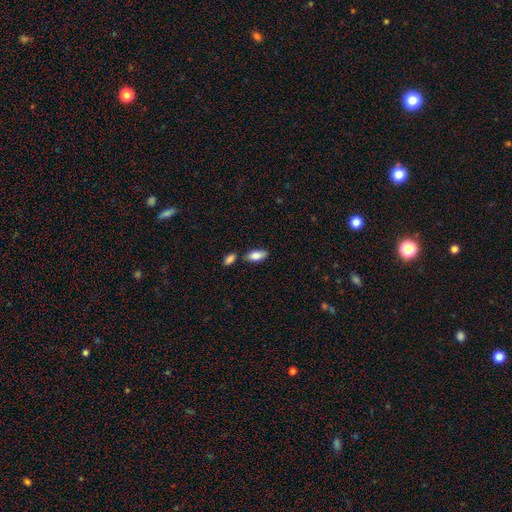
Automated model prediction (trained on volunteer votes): This appears to be a smooth galaxy with no disk features (83%) that is in between round and cigar-shaped (88%). Merging: none (74%).